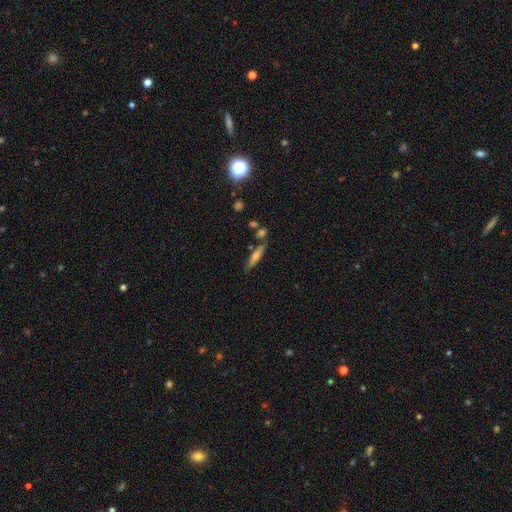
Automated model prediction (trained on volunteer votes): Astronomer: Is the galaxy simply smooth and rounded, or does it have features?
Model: smooth — 53% (runner-up: featured or disk, 36%).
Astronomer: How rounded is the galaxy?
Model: cigar-shaped — 82%.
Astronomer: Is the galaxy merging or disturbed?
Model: none — 75%.